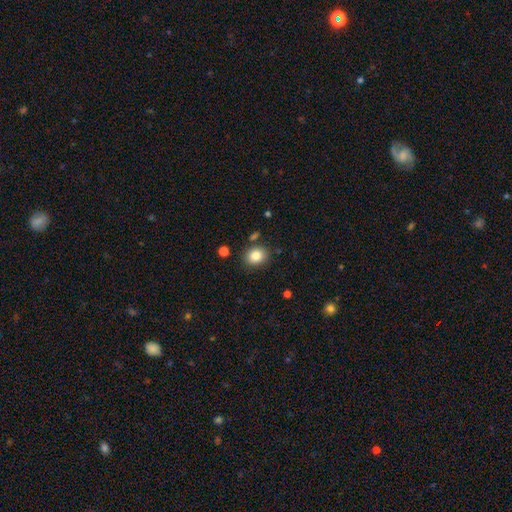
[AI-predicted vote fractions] smooth 83%, star or artifact 10%, featured or disk 7%. Down the decision tree: how rounded — round (62%); merging — none (84%).